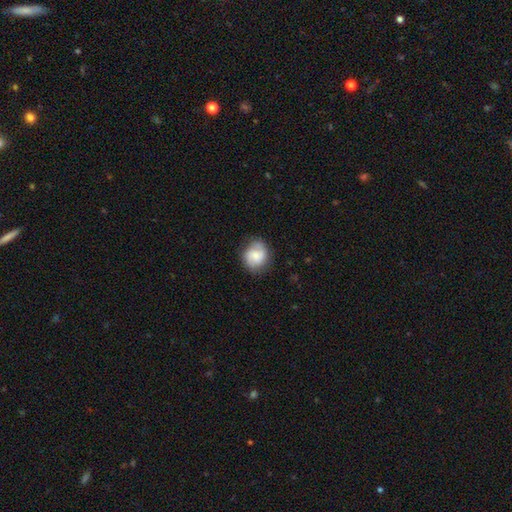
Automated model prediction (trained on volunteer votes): Q: Smooth or featured?
A: smooth (54%); runner-up: featured or disk (38%)
Q: How rounded?
A: round (74%); runner-up: in between (25%)
Q: Merging?
A: none (75%); runner-up: minor disturbance (18%)